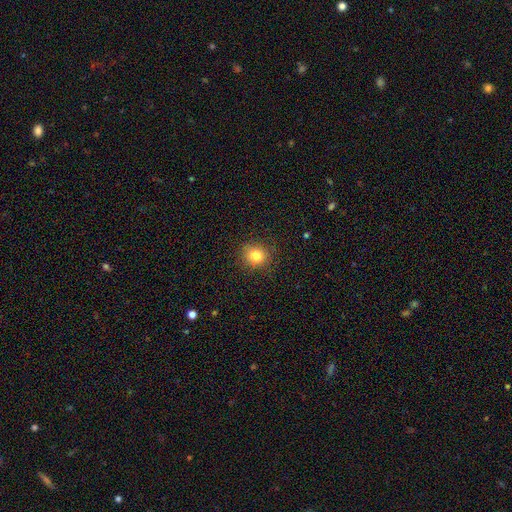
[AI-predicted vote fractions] Smooth or featured? Predicted: smooth (p=0.82). How rounded? Predicted: round (p=0.86). Merging? Predicted: none (p=0.88).